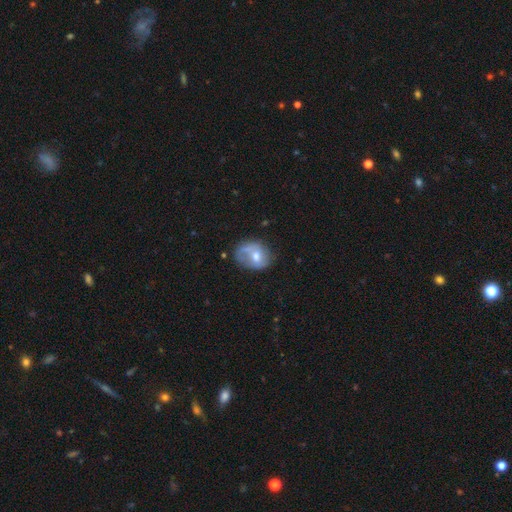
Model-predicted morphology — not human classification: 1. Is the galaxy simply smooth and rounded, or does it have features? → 48% smooth, 44% featured or disk, 8% star or artifact.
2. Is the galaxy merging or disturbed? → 41% none, 30% minor disturbance, 21% major disturbance, 8% merger.